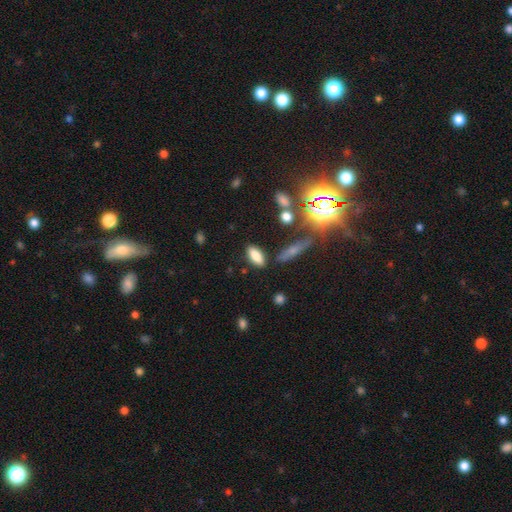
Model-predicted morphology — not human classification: Overall: smooth (80%). How rounded: in between (78%). Merging: none (80%).